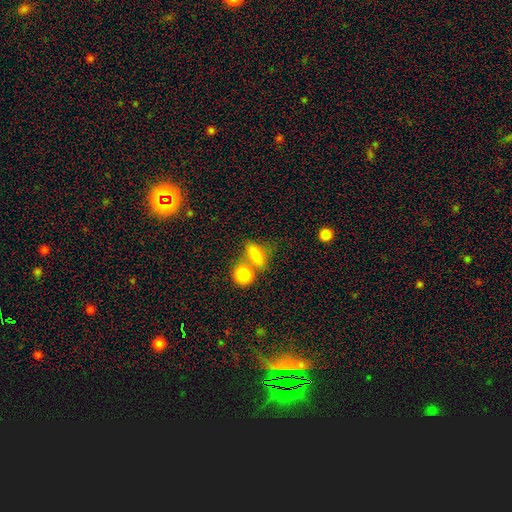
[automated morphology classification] smooth-or-featured: smooth: 77% | featured or disk: 13% | star or artifact: 10%
  how-rounded: in between: 67% | round: 22% | cigar-shaped: 11%
  merging: none: 47% | merger: 33% | minor disturbance: 13% | major disturbance: 7%